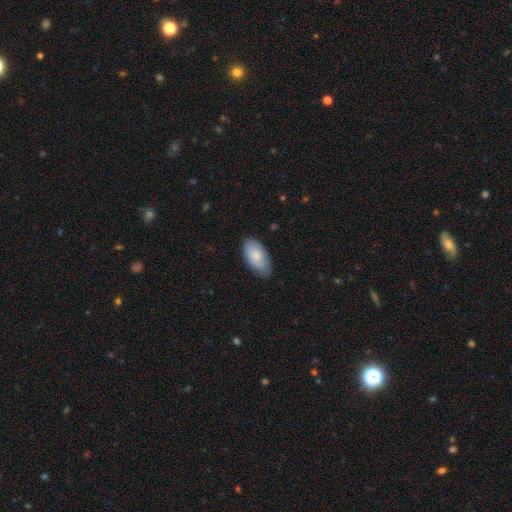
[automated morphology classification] The model was most divided on "merging": none: 74%, minor disturbance: 22%, major disturbance: 3%, merger: 1%. More confident: how rounded — in between (95%); smooth or featured — smooth (78%).